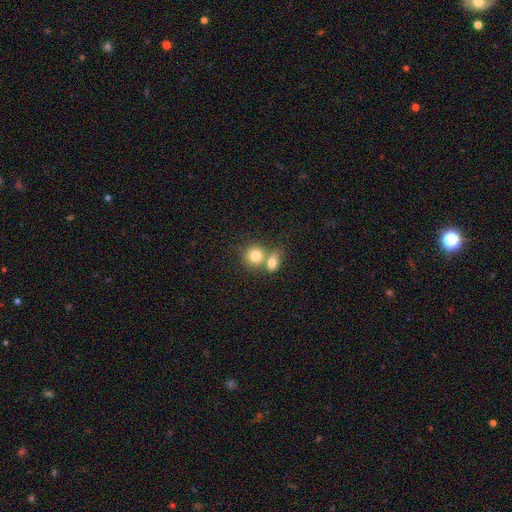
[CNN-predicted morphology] smooth 79%, featured or disk 11%, star or artifact 9%. Down the decision tree: how rounded — round (79%); merging — merger (54%).